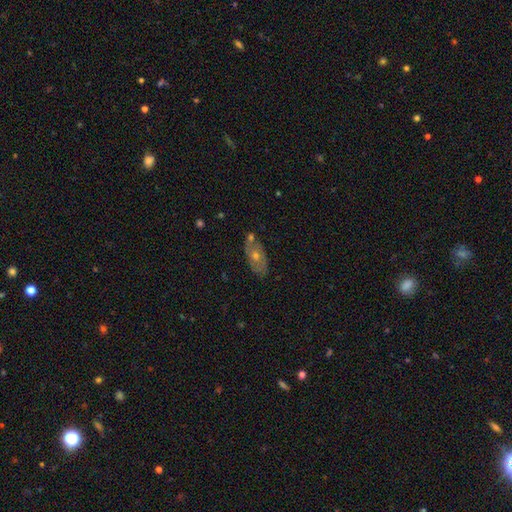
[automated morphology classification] This is possibly a featured or disk galaxy (58%). It is clearly not viewed edge-on (84%). Merging: likely none (68%).